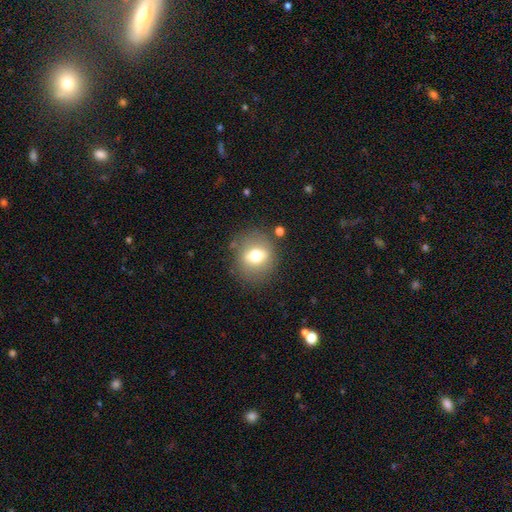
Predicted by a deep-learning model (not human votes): smooth 60%, featured or disk 29%, star or artifact 11%. Down the decision tree: how rounded — round (72%); merging — none (80%).